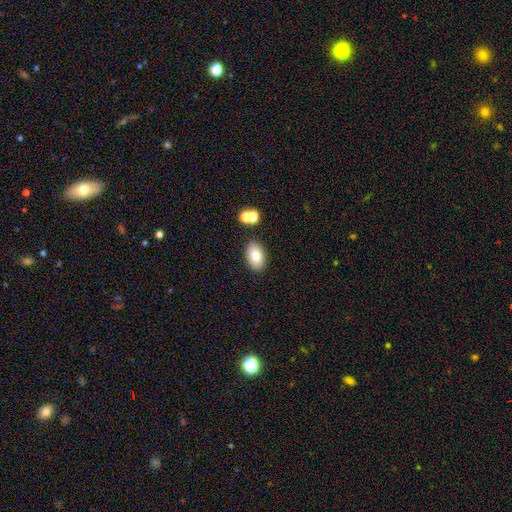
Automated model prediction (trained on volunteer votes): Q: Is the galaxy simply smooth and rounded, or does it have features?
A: smooth — 78%.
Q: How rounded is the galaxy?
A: in between — 91%.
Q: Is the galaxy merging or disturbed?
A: none — 85%.